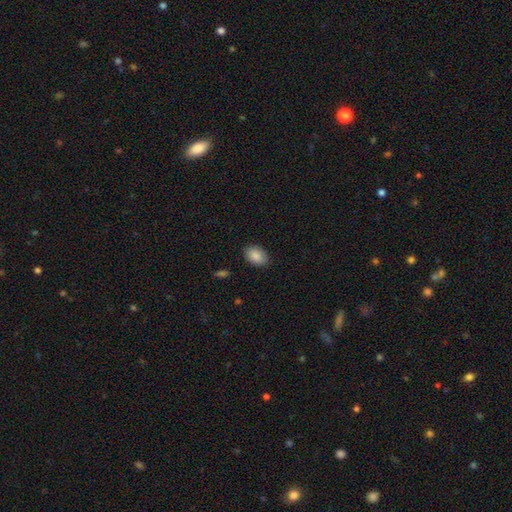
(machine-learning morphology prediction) smooth-or-featured: smooth: 88% | star or artifact: 7% | featured or disk: 5%
  how-rounded: in between: 86% | round: 13% | cigar-shaped: 1%
  merging: none: 87% | minor disturbance: 10% | major disturbance: 2% | merger: 1%